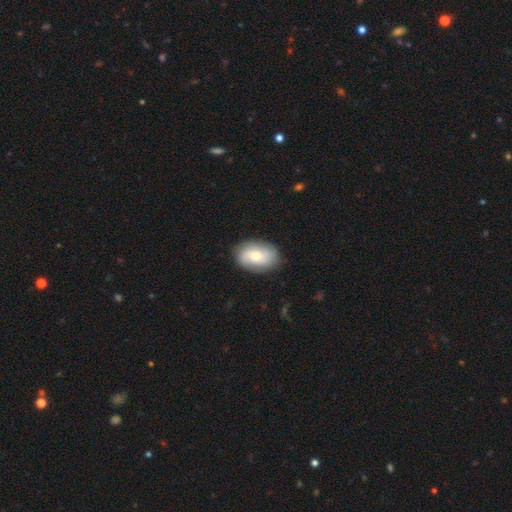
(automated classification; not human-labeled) Morphology: type=smooth (54%); roundness=in between (82%); merging=none (83%).